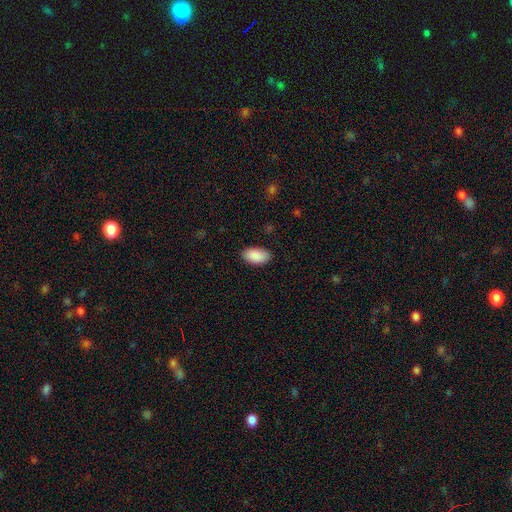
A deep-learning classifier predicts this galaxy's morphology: A smooth galaxy with no disk features (90%) that is in between round and cigar-shaped (95%). Merging: none (87%).